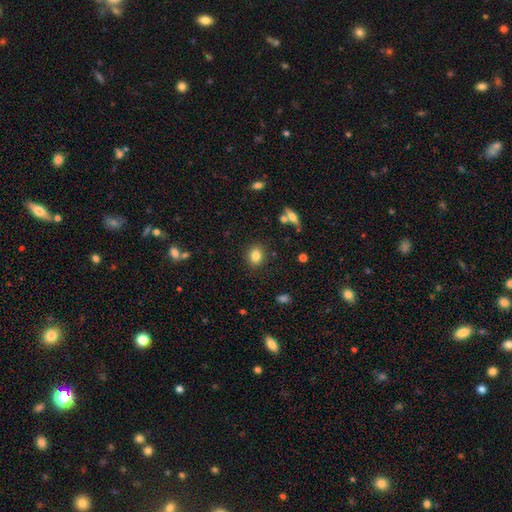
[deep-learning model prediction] This appears to be a smooth galaxy with no disk features (82%) that is round (60%). Merging: none (87%).